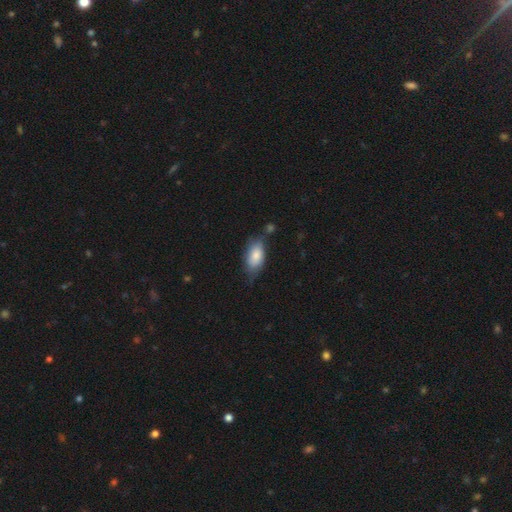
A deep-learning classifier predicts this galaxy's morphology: The model was most divided on "merging": none: 53%, minor disturbance: 32%, major disturbance: 8%, merger: 7%. More confident: how rounded — in between (91%); smooth or featured — smooth (80%).